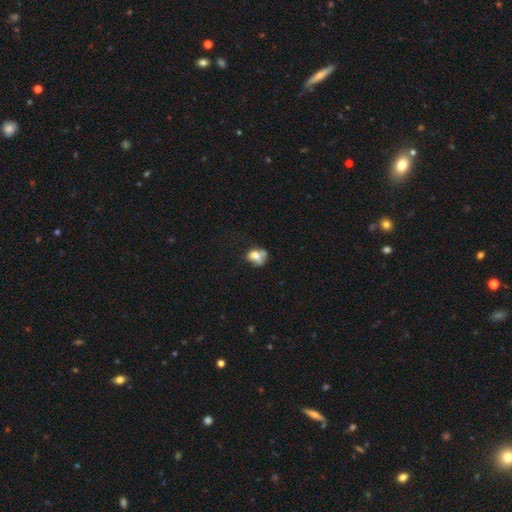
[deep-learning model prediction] Smooth or featured?
  - smooth: 66% *
  - featured or disk: 23%
  - star or artifact: 11%
How rounded?
  - in between: 58% *
  - round: 40%
  - cigar-shaped: 1%
Merging?
  - none: 30% *
  - minor disturbance: 26%
  - merger: 24%
  - major disturbance: 20%